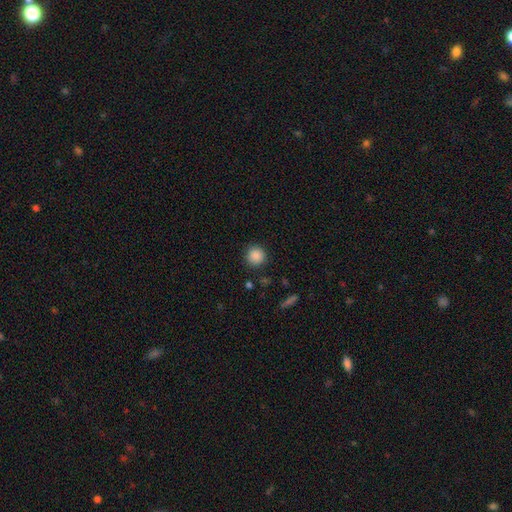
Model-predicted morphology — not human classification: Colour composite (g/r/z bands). It shows a smooth galaxy with no disk features (88%) that is round (94%). Merging: none (89%).